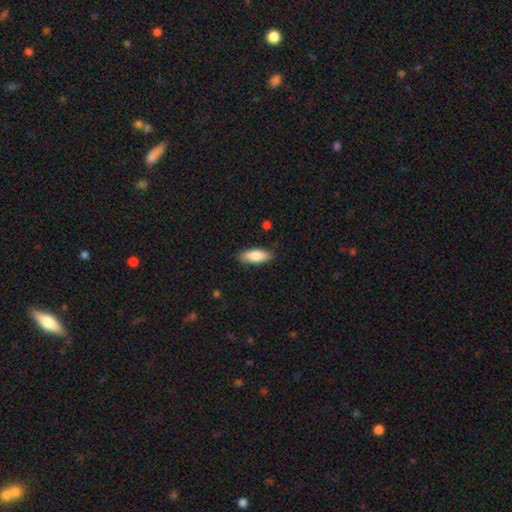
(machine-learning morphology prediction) type=smooth (84%); roundness=in between (74%); merging=none (84%).